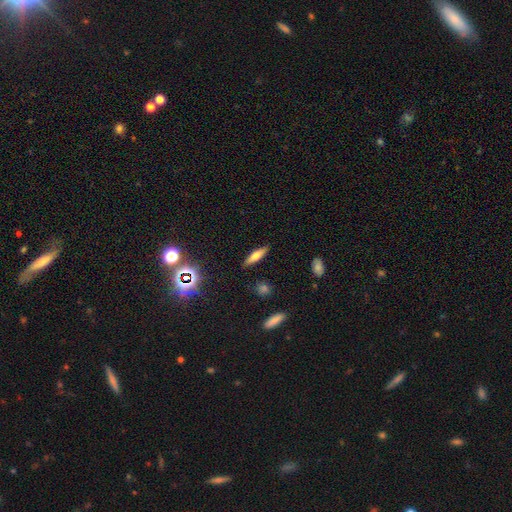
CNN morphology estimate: smooth_or_featured: smooth (p=0.55) [alt: featured or disk p=0.34]
how_rounded: cigar-shaped (p=0.67) [alt: in between p=0.31]
merging: none (p=0.88) [alt: minor disturbance p=0.08]